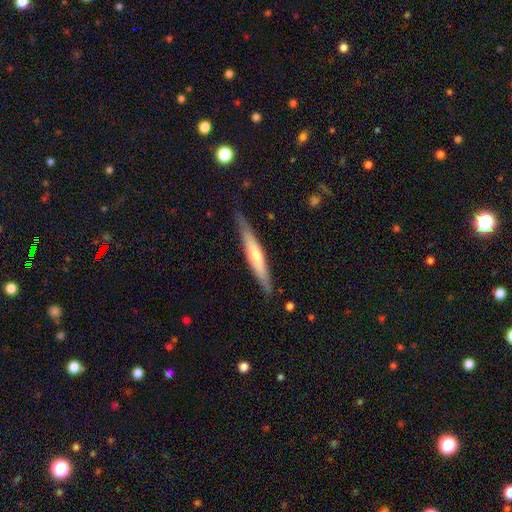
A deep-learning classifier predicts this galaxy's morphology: Overall: smooth (52%; featured or disk 43%). How rounded: cigar-shaped (94%). Merging: none (83%).